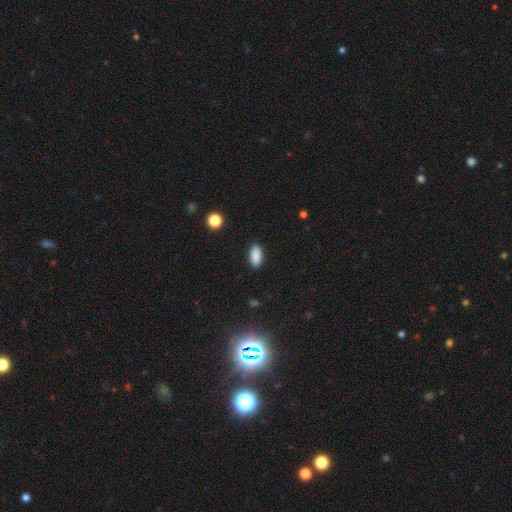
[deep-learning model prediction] The model was most divided on "merging": none: 89%, minor disturbance: 8%, major disturbance: 2%, merger: 1%. More confident: how rounded — in between (90%); smooth or featured — smooth (89%).